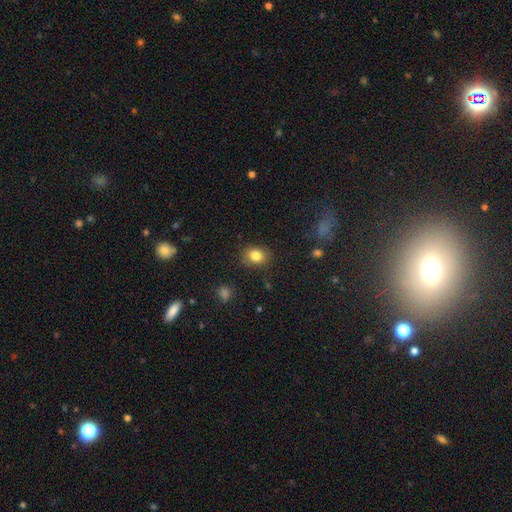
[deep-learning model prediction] Overall: smooth (83%). How rounded: round (52%; in between 48%). Merging: none (83%).